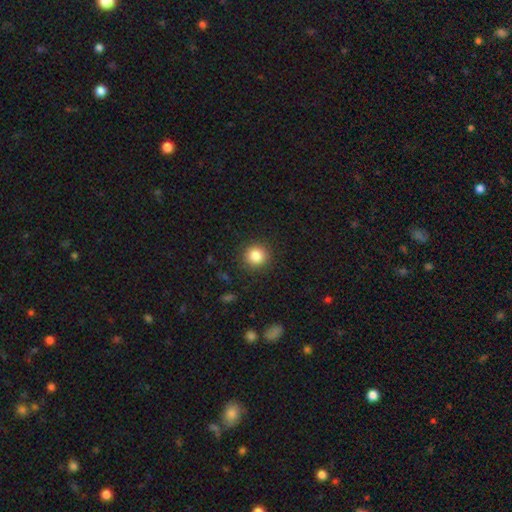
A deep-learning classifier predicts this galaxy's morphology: The model was most divided on "smooth or featured": smooth: 84%, star or artifact: 10%, featured or disk: 6%. More confident: how rounded — round (92%); merging — none (90%).